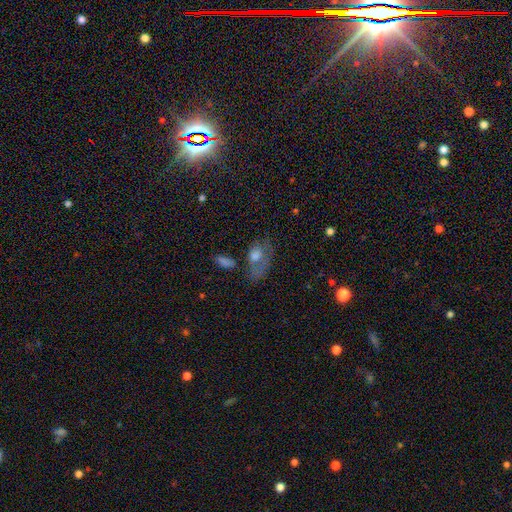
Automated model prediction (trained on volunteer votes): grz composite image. It shows a smooth galaxy with no disk features (55%) that is in between round and cigar-shaped (83%). Merging: none (40%).